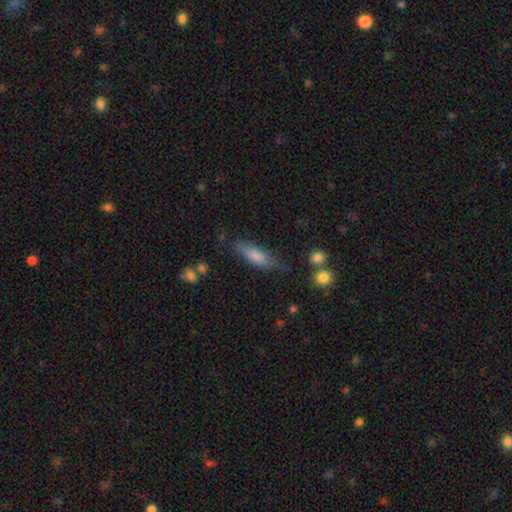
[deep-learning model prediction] Smooth or featured? Predicted: smooth (p=0.70). How rounded? Predicted: cigar-shaped (p=0.57). Merging? Predicted: none (p=0.72).